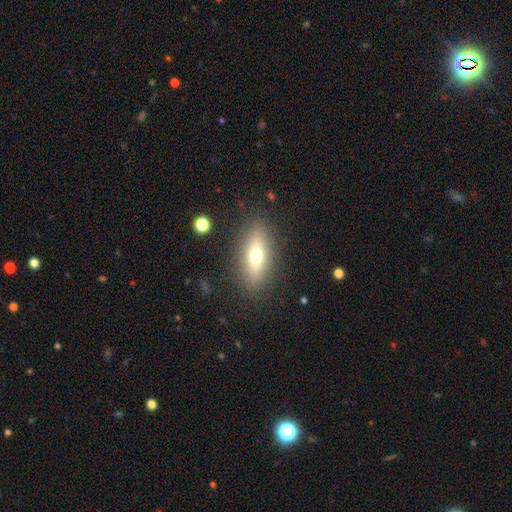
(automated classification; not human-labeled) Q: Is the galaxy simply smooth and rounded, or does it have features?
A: smooth — 55%.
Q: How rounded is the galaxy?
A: in between — 60%.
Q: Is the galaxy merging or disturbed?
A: none — 86%.